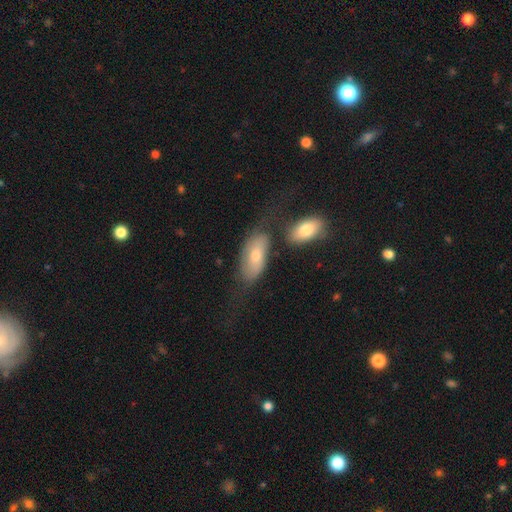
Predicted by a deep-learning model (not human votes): Morphology: type=smooth (57%); roundness=in between (89%); merging=none (42%).